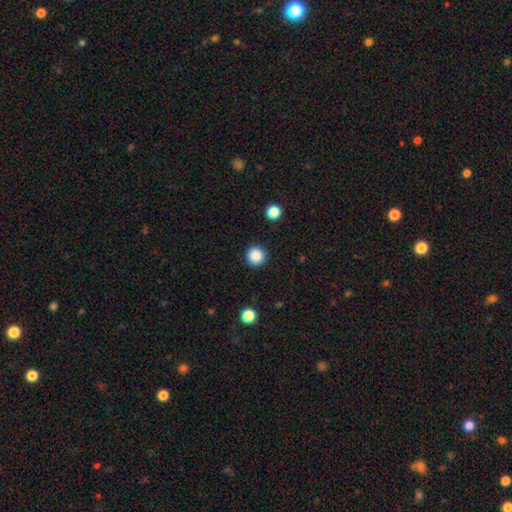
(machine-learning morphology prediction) This is clearly a smooth galaxy (86%). How rounded: clearly round (96%). Merging: clearly none (92%).